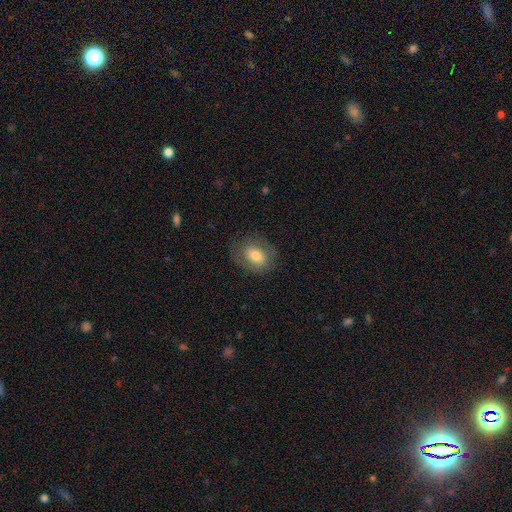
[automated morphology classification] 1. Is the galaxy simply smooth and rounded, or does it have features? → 68% smooth, 24% featured or disk, 9% star or artifact.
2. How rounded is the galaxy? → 65% in between, 33% round, 1% cigar-shaped.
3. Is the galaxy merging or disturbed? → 76% none, 16% minor disturbance, 7% major disturbance, 1% merger.